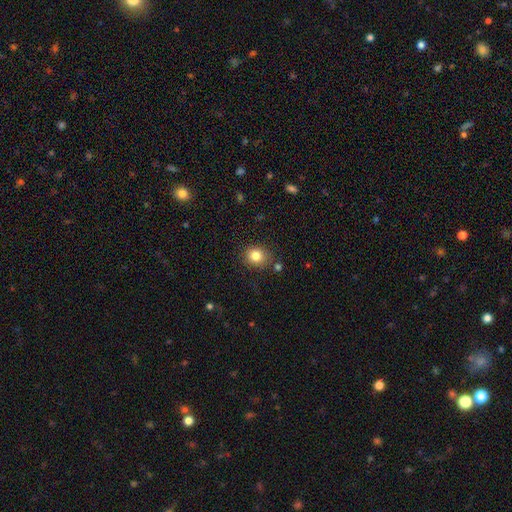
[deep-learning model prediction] Smooth or featured: smooth — 84% (star or artifact — 10%)
How rounded: round — 66% (in between — 33%)
Merging: none — 81% (minor disturbance — 12%)